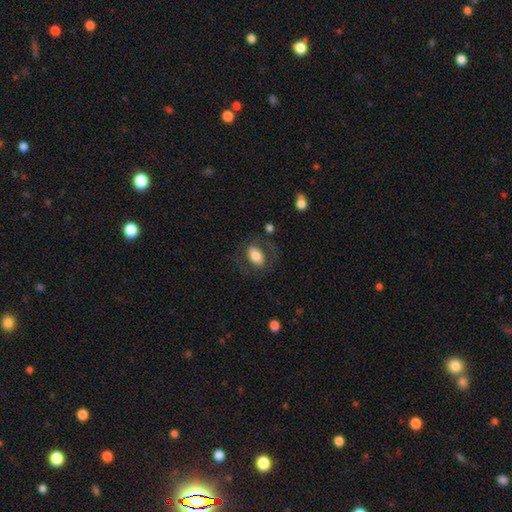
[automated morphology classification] The model was most divided on "smooth or featured": smooth: 70%, featured or disk: 22%, star or artifact: 7%. More confident: how rounded — in between (87%); merging — none (69%).